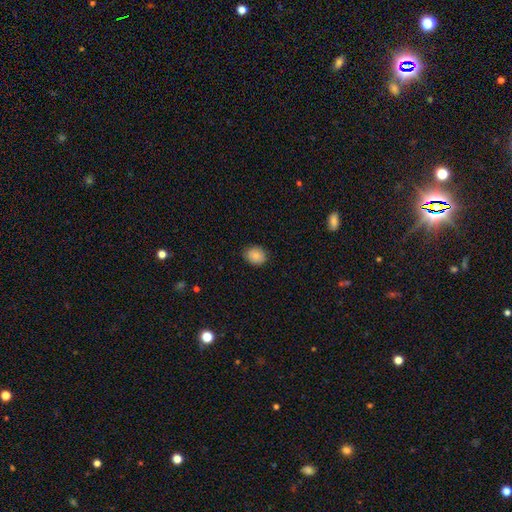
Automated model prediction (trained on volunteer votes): Morphology: type=smooth (85%); roundness=round (59%); merging=none (83%).